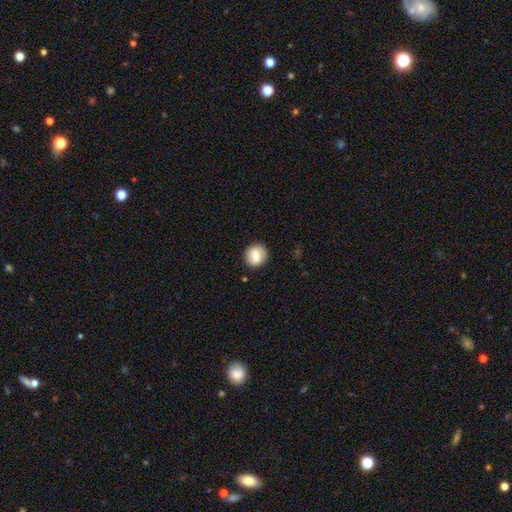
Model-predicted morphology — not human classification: smooth 74%, featured or disk 19%, star or artifact 8%. Down the decision tree: how rounded — round (85%); merging — none (87%).